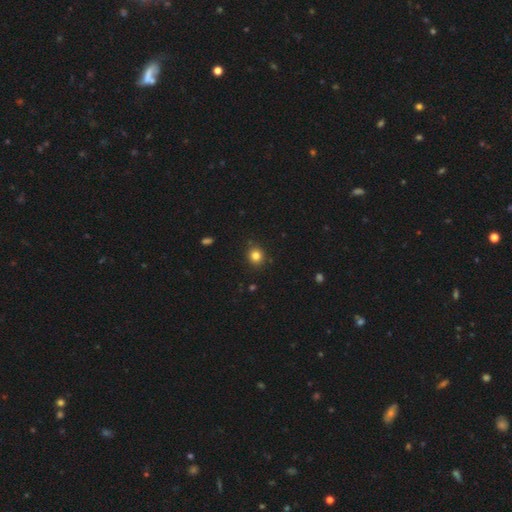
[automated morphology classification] This appears to be a smooth galaxy with no disk features (82%) that is round (81%). Merging: none (87%).